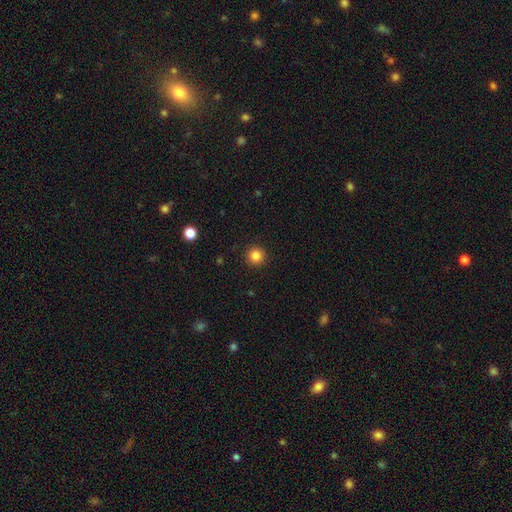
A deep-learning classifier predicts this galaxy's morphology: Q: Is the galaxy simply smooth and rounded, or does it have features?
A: smooth — 84%.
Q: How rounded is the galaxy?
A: round — 95%.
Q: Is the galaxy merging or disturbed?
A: none — 93%.